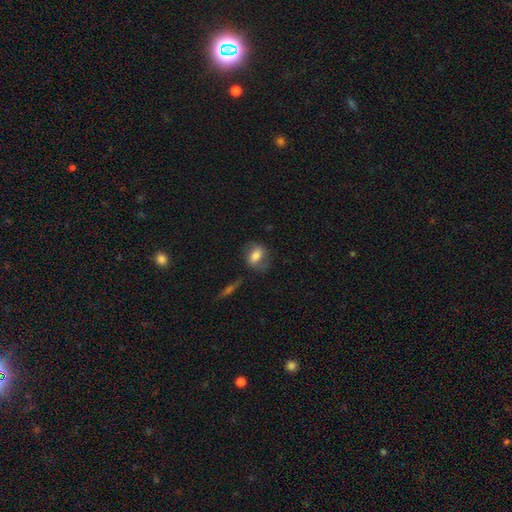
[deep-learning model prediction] smooth-or-featured: smooth: 65% | featured or disk: 27% | star or artifact: 8%
  how-rounded: in between: 71% | round: 25% | cigar-shaped: 4%
  merging: none: 68% | minor disturbance: 20% | major disturbance: 9% | merger: 3%